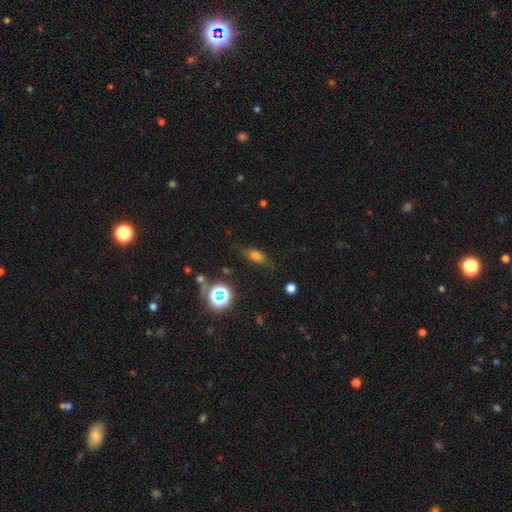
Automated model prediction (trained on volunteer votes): The model was most divided on "how rounded": in between: 63%, cigar-shaped: 28%, round: 9%. More confident: merging — none (70%); smooth or featured — smooth (62%).